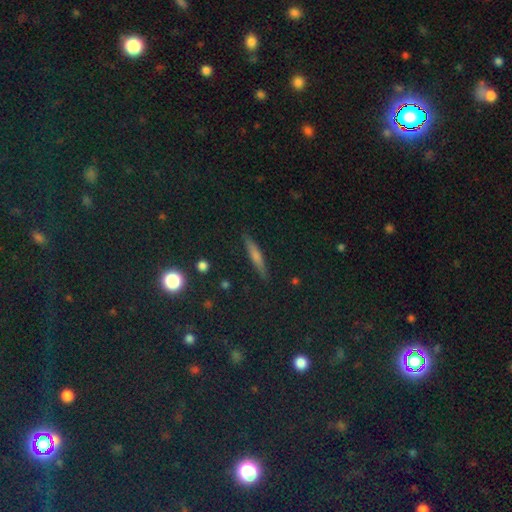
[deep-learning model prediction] smooth 45%, featured or disk 41%, star or artifact 14%. Down the decision tree: merging — none (90%).